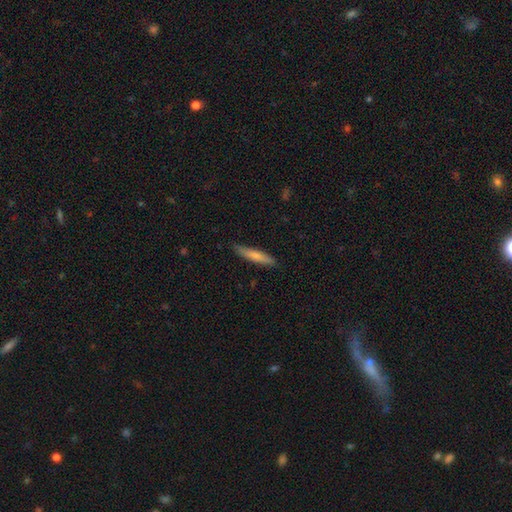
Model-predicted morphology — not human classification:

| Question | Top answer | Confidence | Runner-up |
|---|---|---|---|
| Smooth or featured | smooth | 71% | featured or disk (24%) |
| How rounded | cigar-shaped | 89% | in between (10%) |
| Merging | none | 86% | minor disturbance (11%) |